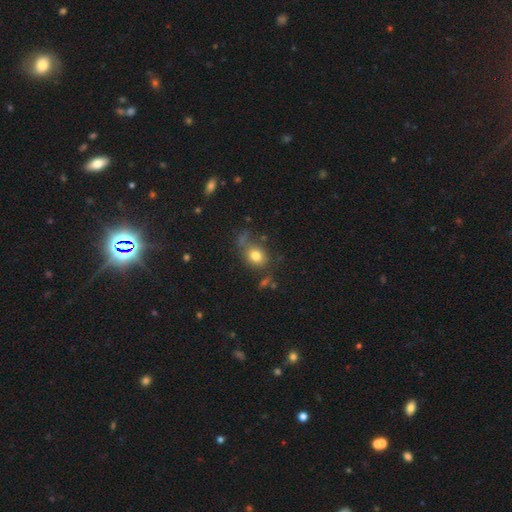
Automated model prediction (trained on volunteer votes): Morphology: type=smooth (78%); roundness=in between (52%); merging=none (63%).